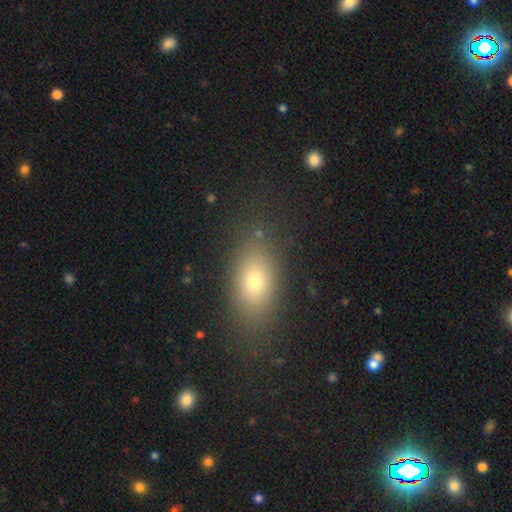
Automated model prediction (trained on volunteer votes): Morphology: type=smooth (72%); roundness=in between (80%); merging=none (83%).